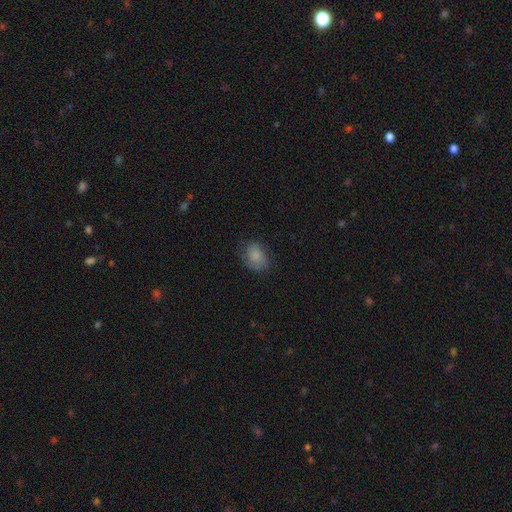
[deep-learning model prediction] smooth-or-featured: smooth: 82% | featured or disk: 9% | star or artifact: 8%
  how-rounded: in between: 71% | round: 28% | cigar-shaped: 1%
  merging: none: 67% | minor disturbance: 24% | major disturbance: 8% | merger: 1%